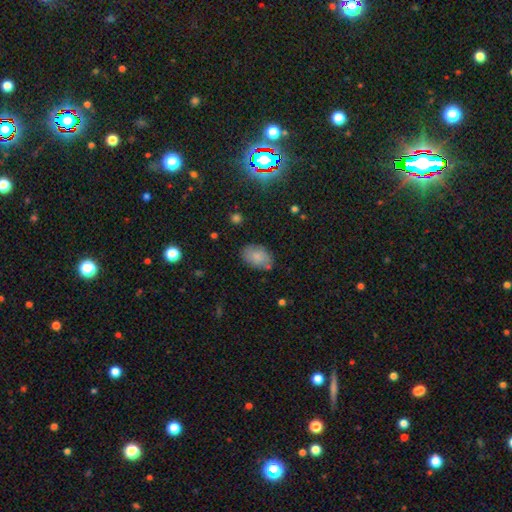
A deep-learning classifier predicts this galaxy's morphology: A smooth galaxy with no disk features (79%) that is in between round and cigar-shaped (89%).

Vote fractions:
- Smooth or featured? smooth: 79% / featured or disk: 12% / star or artifact: 9%
- How rounded? in between: 89% / round: 10% / cigar-shaped: 1%
- Merging? none: 75% / minor disturbance: 17% / major disturbance: 4% / merger: 3%